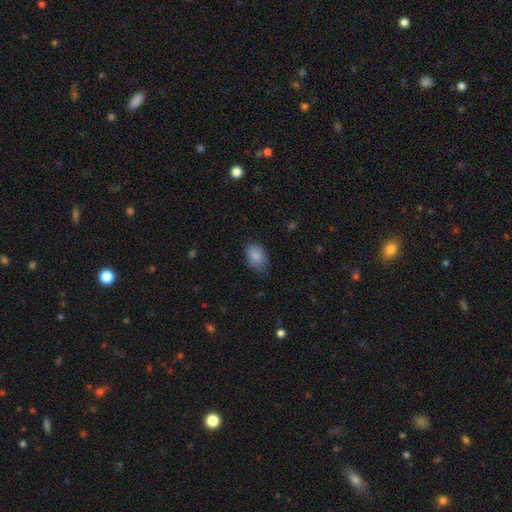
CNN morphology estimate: This is clearly a smooth galaxy (88%). How rounded: clearly in between (85%). Merging: likely none (73%).